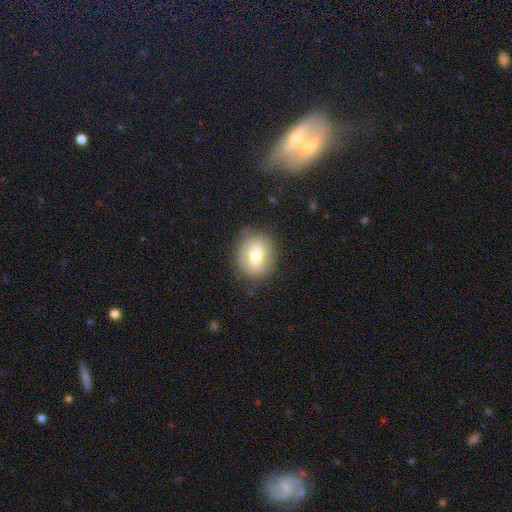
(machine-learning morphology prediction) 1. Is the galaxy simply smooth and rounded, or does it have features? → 58% smooth, 34% featured or disk, 8% star or artifact.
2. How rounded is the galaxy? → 52% in between, 47% round, 1% cigar-shaped.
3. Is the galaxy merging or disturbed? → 75% none, 18% minor disturbance, 6% major disturbance, 1% merger.